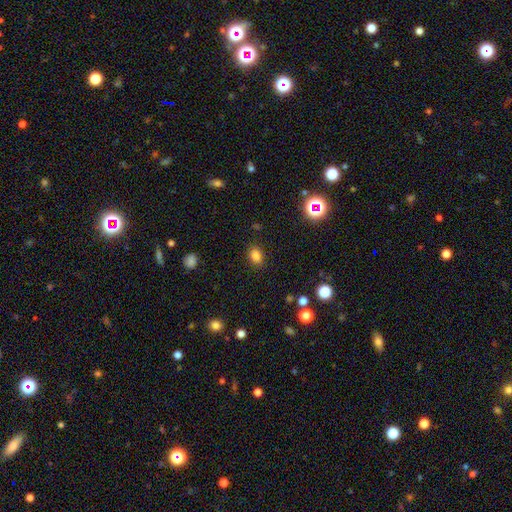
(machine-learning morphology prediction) Overall: smooth (82%). How rounded: in between (67%; round 32%). Merging: none (87%).